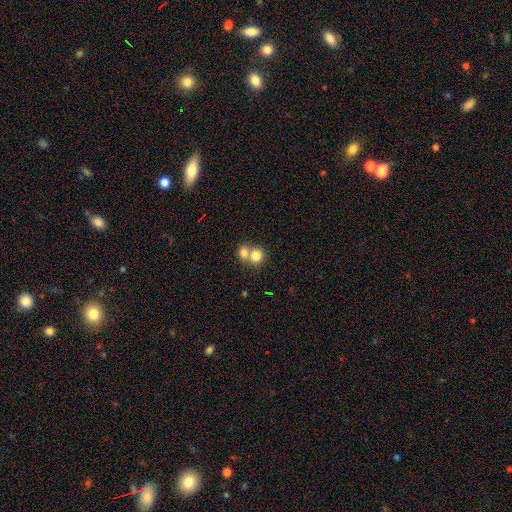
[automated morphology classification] Overall: smooth (79%). How rounded: round (79%). Merging: merger (61%; none 32%).